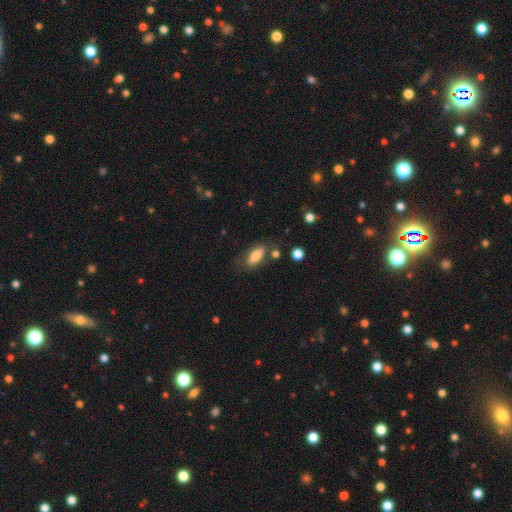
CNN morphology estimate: A smooth galaxy with no disk features (78%) that is in between round and cigar-shaped (85%).

Vote fractions:
- Smooth or featured? smooth: 78% / featured or disk: 15% / star or artifact: 7%
- How rounded? in between: 85% / cigar-shaped: 11% / round: 4%
- Merging? none: 68% / minor disturbance: 18% / major disturbance: 7% / merger: 6%